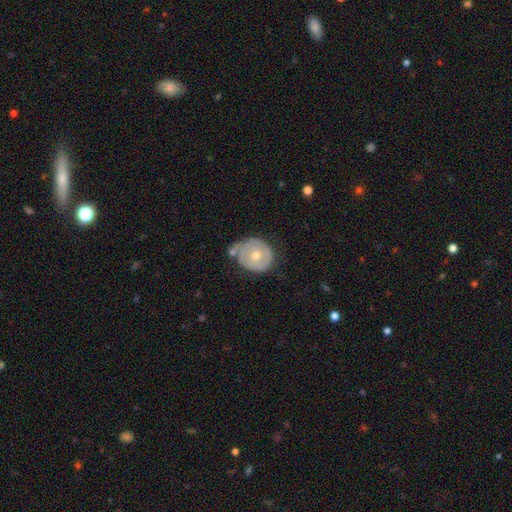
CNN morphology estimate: featured or disk 47% (tied), smooth 47% (tied), star or artifact 6%. Down the decision tree: merging — none (46%).